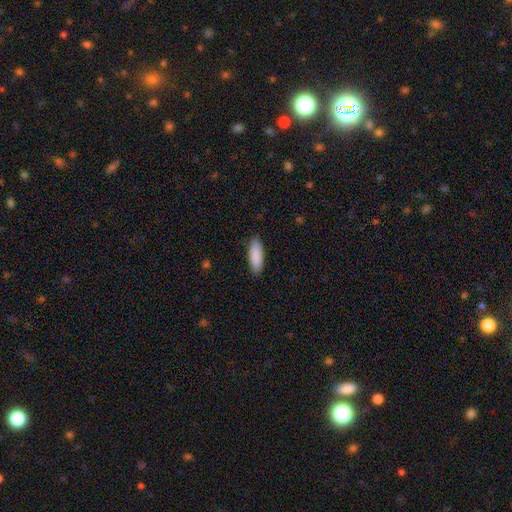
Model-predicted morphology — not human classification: Smooth or featured?
  - smooth: 90% *
  - star or artifact: 5%
  - featured or disk: 5%
How rounded?
  - in between: 62% *
  - cigar-shaped: 37%
  - round: 2%
Merging?
  - none: 88% *
  - minor disturbance: 9%
  - major disturbance: 2%
  - merger: 1%